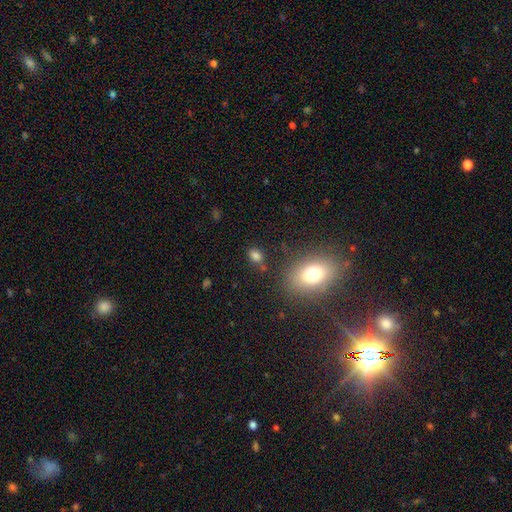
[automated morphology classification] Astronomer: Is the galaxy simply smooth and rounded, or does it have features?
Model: smooth — 78%.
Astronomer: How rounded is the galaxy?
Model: in between — 74%.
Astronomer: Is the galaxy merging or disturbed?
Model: none — 73%.